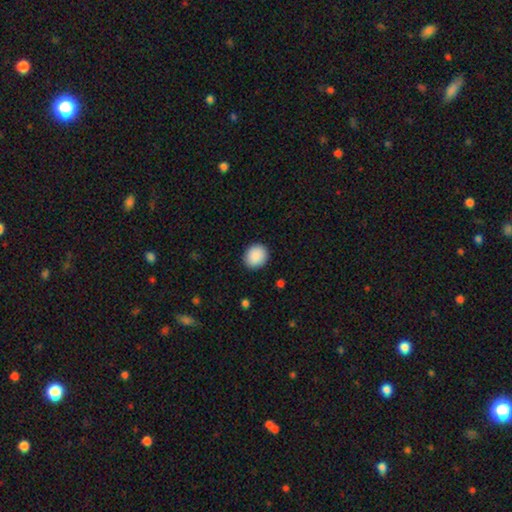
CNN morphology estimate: smooth 90%, star or artifact 7%, featured or disk 3%. Down the decision tree: how rounded — round (77%); merging — none (90%).